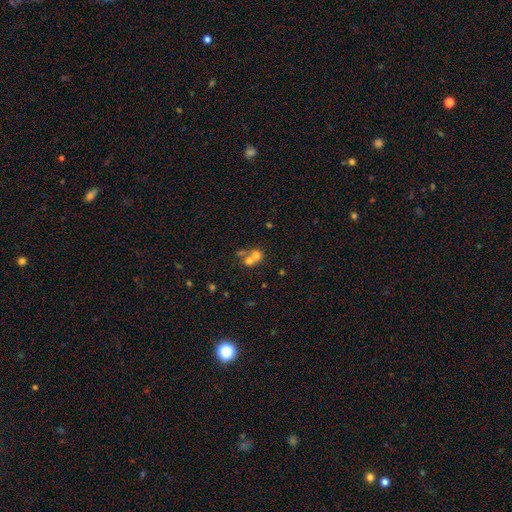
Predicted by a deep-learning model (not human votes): A smooth galaxy with no disk features (64%) that is round (73%).

Vote fractions:
- Smooth or featured? smooth: 64% / featured or disk: 22% / star or artifact: 14%
- How rounded? round: 73% / in between: 26% / cigar-shaped: 1%
- Merging? merger: 65% / none: 26% / minor disturbance: 5% / major disturbance: 4%